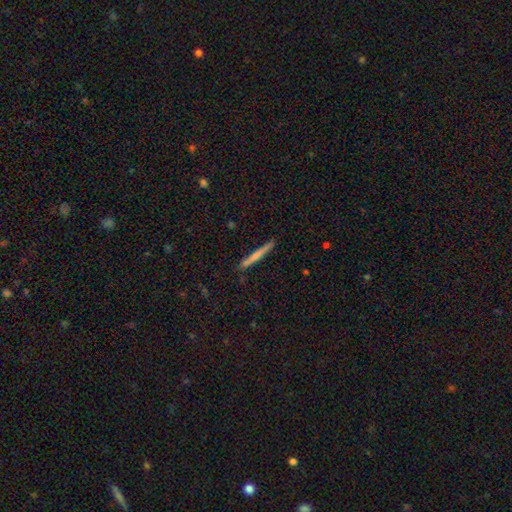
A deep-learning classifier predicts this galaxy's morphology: This is possibly a smooth galaxy (58%). How rounded: clearly cigar-shaped (96%). Merging: clearly none (88%).